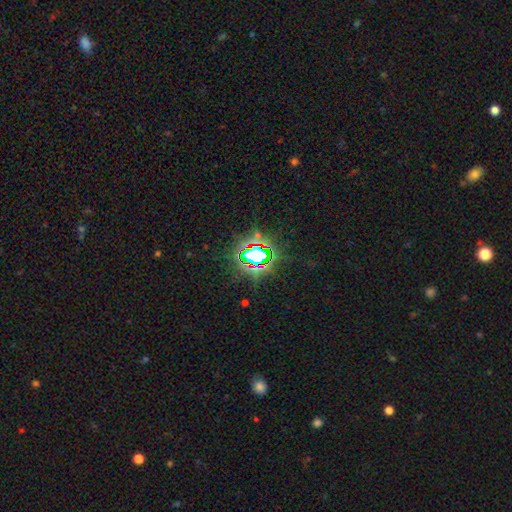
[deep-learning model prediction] This is likely a star or artifact rather than a galaxy (76%).